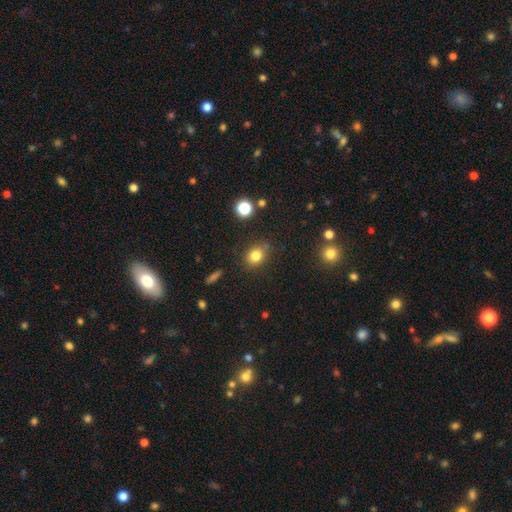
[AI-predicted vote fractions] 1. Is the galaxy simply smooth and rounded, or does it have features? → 81% smooth, 13% star or artifact, 6% featured or disk.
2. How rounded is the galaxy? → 57% round, 42% in between, 1% cigar-shaped.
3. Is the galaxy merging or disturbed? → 79% none, 13% minor disturbance, 4% merger, 4% major disturbance.